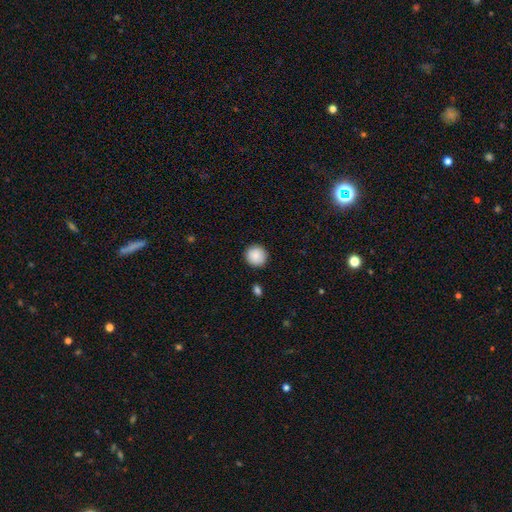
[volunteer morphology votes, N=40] type=smooth (92%); roundness=round (92%); merging=none (92%).